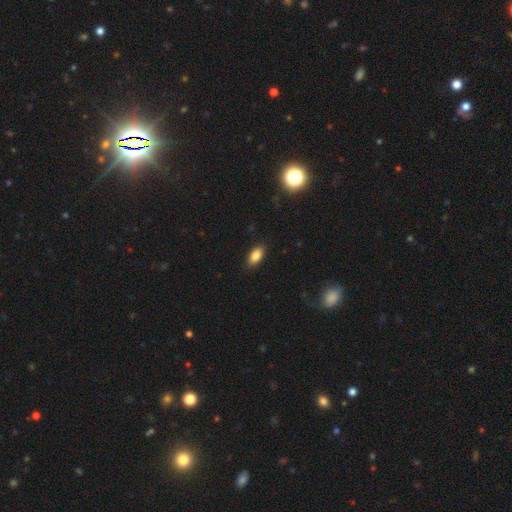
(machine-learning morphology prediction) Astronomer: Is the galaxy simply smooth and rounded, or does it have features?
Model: smooth — 83%.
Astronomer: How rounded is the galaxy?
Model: in between — 90%.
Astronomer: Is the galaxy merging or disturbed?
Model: none — 87%.